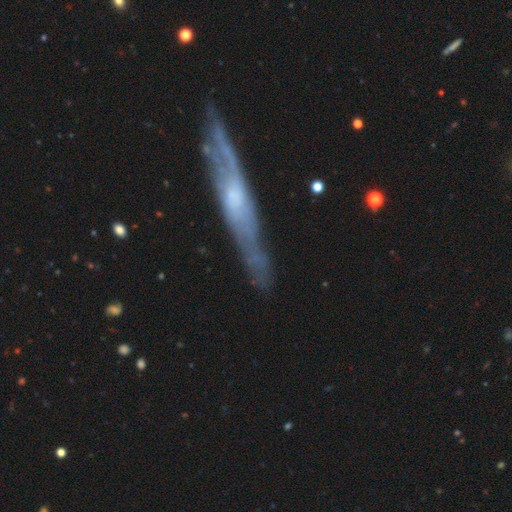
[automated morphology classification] The model was most divided on "edge-on bulge": rounded: 48%, none: 44%, boxy: 8%. More confident: merging — none (80%); smooth or featured — featured or disk (76%); edge-on disk — yes (73%).